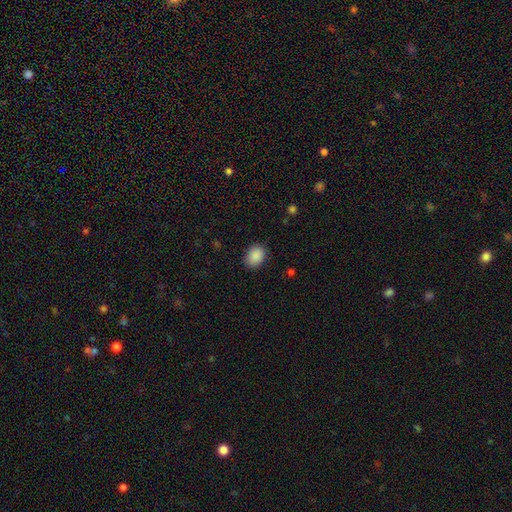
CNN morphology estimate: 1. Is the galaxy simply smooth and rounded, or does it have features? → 89% smooth, 8% star or artifact, 3% featured or disk.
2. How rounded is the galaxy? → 63% in between, 36% round, 1% cigar-shaped.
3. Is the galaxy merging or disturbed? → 83% none, 13% minor disturbance, 3% major disturbance, 1% merger.